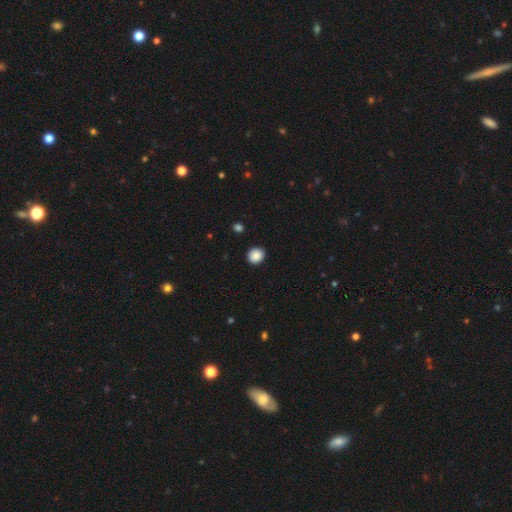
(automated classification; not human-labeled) Q: Smooth or featured?
A: smooth (89%); runner-up: star or artifact (9%)
Q: How rounded?
A: round (83%); runner-up: in between (17%)
Q: Merging?
A: none (91%); runner-up: minor disturbance (6%)